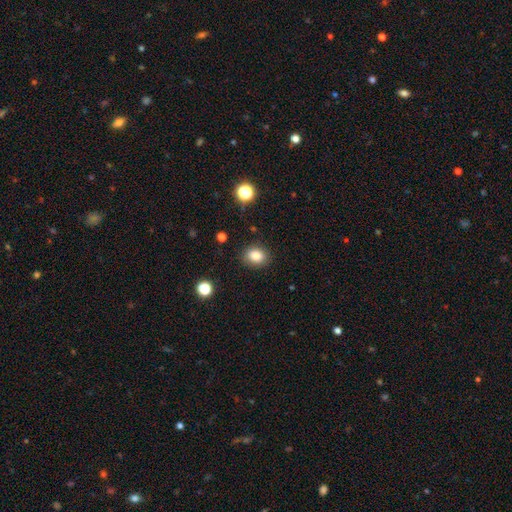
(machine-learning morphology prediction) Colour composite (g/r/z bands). It shows a smooth galaxy with no disk features (84%) that is round (50%). Merging: none (88%).